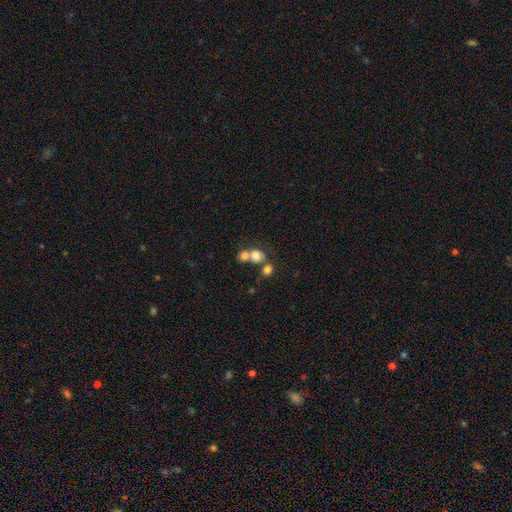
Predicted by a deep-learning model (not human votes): This appears to be a smooth galaxy with no disk features (72%) that is round (62%). Merging: merger (58%).